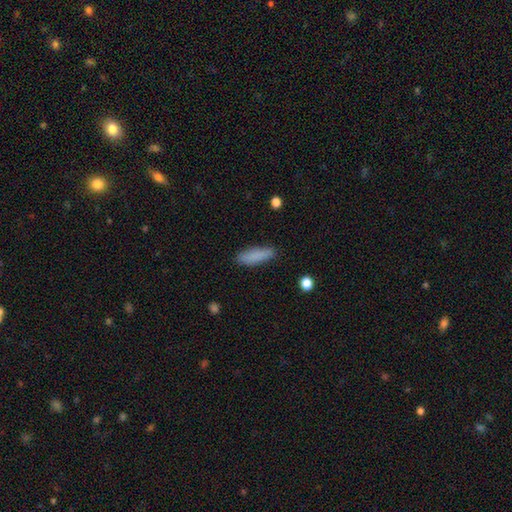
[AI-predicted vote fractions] smooth 86%, featured or disk 7%, star or artifact 7%. Down the decision tree: how rounded — cigar-shaped (61%); merging — none (86%).